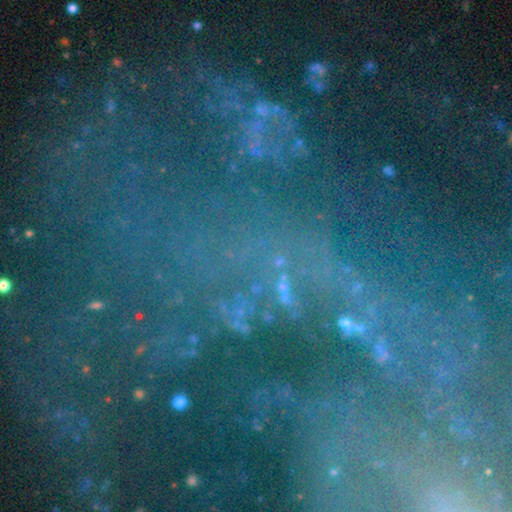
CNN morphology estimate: smooth_or_featured: star or artifact (p=0.72) [alt: featured or disk p=0.16]